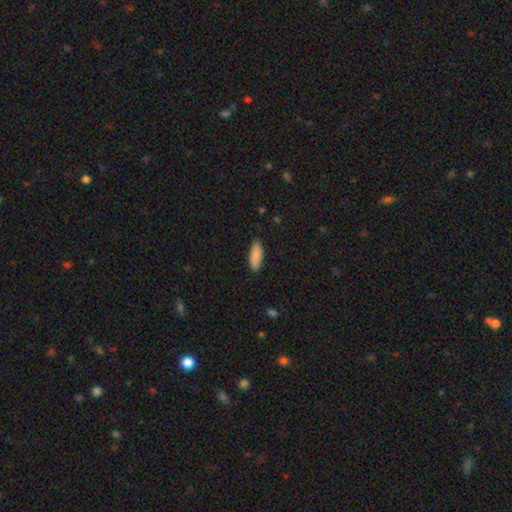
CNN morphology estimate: This is clearly a smooth galaxy (88%). How rounded: likely in between (69%). Merging: clearly none (87%).